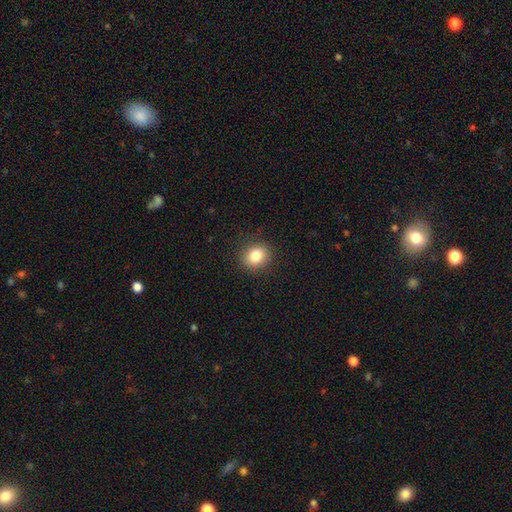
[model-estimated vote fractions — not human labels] This is clearly a smooth galaxy (83%). How rounded: likely round (75%). Merging: clearly none (90%).